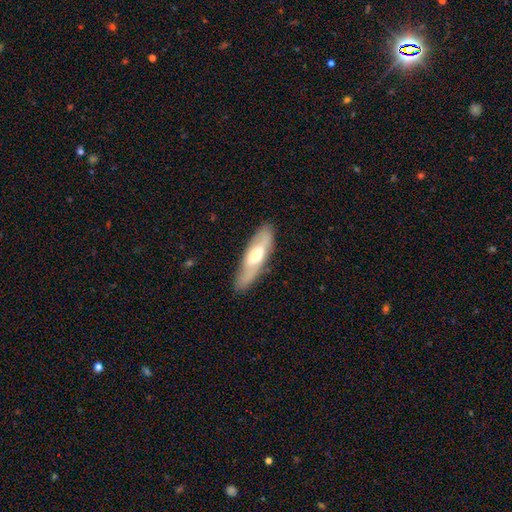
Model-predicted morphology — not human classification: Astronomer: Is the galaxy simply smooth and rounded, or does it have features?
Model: featured or disk — 51% (runner-up: smooth, 42%).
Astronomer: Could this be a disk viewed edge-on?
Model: no — 57% (runner-up: yes, 43%).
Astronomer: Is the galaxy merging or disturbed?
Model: none — 81%.